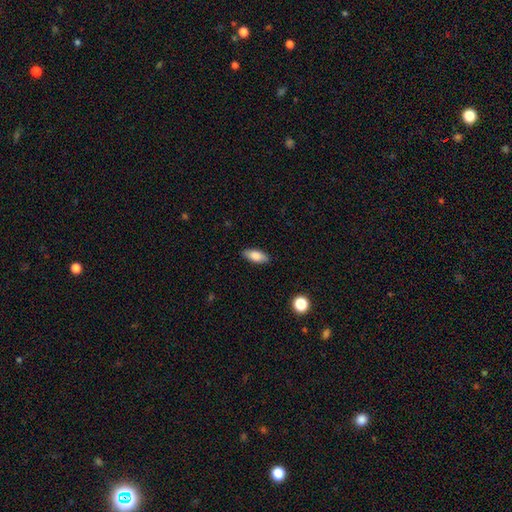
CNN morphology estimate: Smooth or featured?
  - smooth: 82% *
  - featured or disk: 11%
  - star or artifact: 7%
How rounded?
  - in between: 81% *
  - cigar-shaped: 16%
  - round: 3%
Merging?
  - none: 87% *
  - minor disturbance: 10%
  - major disturbance: 2%
  - merger: 1%